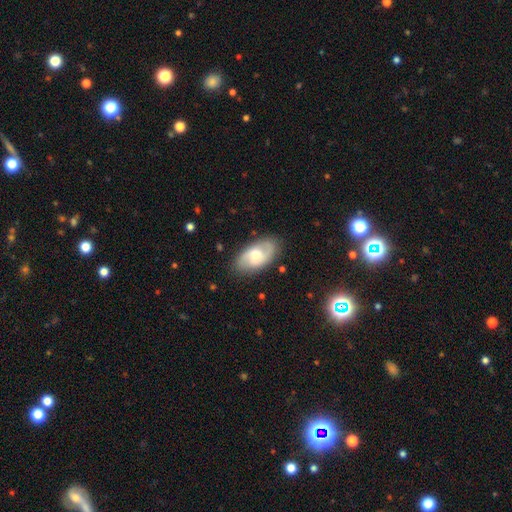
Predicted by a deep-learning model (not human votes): A featured or disk galaxy (62%) with no bar (51%), 2 (84%) medium (46%) spiral arms (86%) and a moderate central bulge (62%). Merging: none (84%).